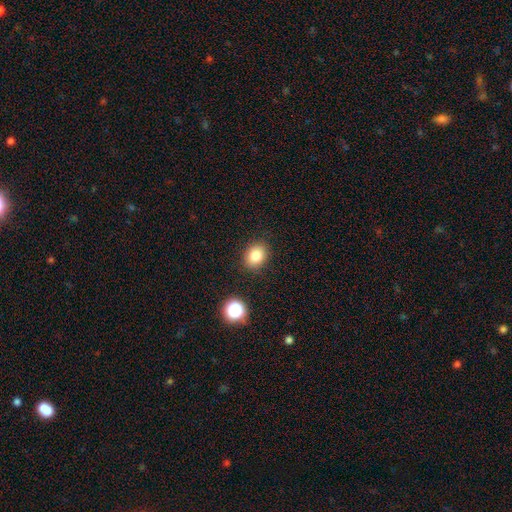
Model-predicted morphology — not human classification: smooth_or_featured: smooth (p=0.83) [alt: star or artifact p=0.11]
how_rounded: in between (p=0.53) [alt: round p=0.46]
merging: none (p=0.86) [alt: minor disturbance p=0.09]